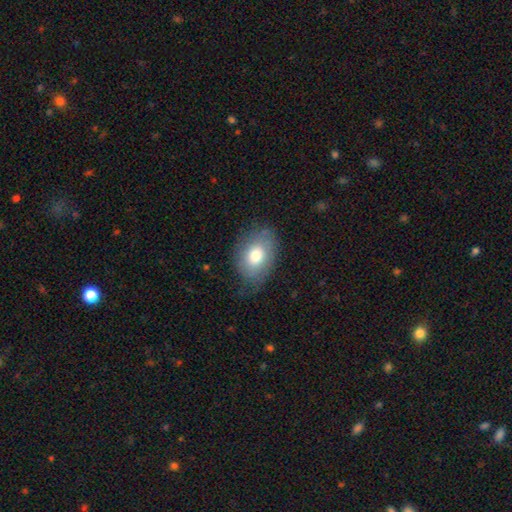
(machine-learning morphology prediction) Smooth or featured? smooth (73%)
How rounded? in between (82%)
Merging? none (67%)